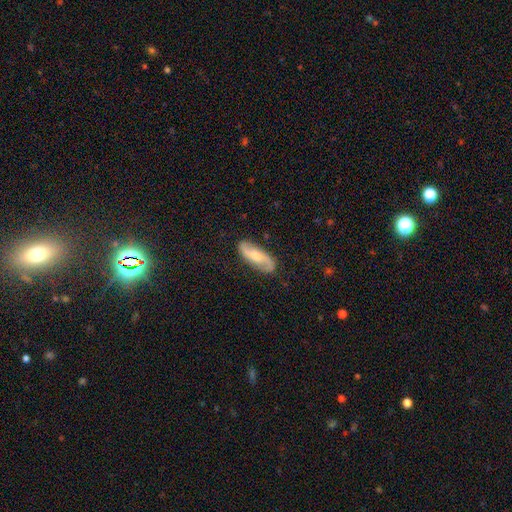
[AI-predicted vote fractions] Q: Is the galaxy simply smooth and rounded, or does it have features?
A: featured or disk — 67%.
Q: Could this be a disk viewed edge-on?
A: no — 90%.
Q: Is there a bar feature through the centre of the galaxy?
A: no — 50%.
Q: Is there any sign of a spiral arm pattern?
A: yes — 91%.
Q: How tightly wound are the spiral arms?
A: loose — 58%.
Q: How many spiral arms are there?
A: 2 — 91%.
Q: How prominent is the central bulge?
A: moderate — 59%.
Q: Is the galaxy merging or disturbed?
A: none — 84%.